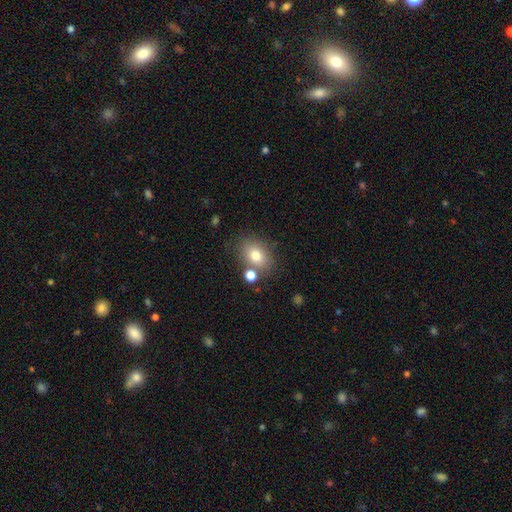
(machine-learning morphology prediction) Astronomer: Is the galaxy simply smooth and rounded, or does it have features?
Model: smooth — 77%.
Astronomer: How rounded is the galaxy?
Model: in between — 66%.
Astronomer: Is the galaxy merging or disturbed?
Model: none — 70%.